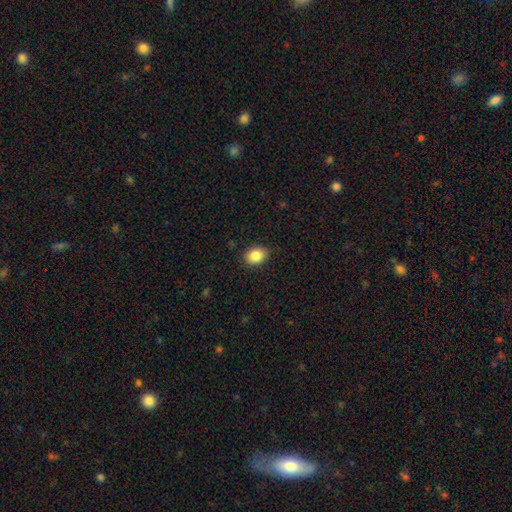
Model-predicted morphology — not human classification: smooth-or-featured: smooth: 87% | star or artifact: 8% | featured or disk: 5%
  how-rounded: in between: 68% | round: 31% | cigar-shaped: 1%
  merging: none: 86% | minor disturbance: 11% | major disturbance: 2% | merger: 1%